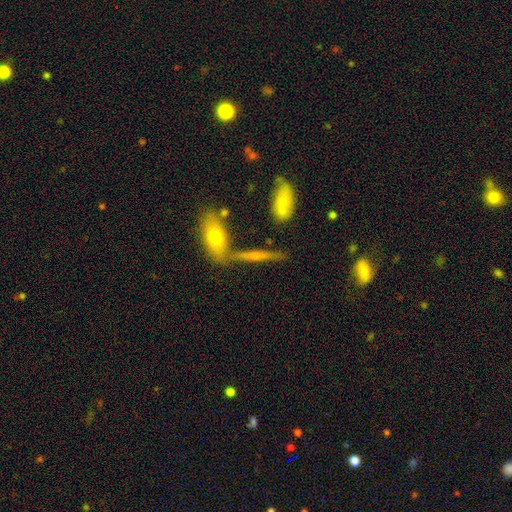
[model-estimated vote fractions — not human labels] smooth-or-featured: featured or disk: 47% | smooth: 43% | star or artifact: 10%
  merging: none: 69% | merger: 15% | minor disturbance: 12% | major disturbance: 4%